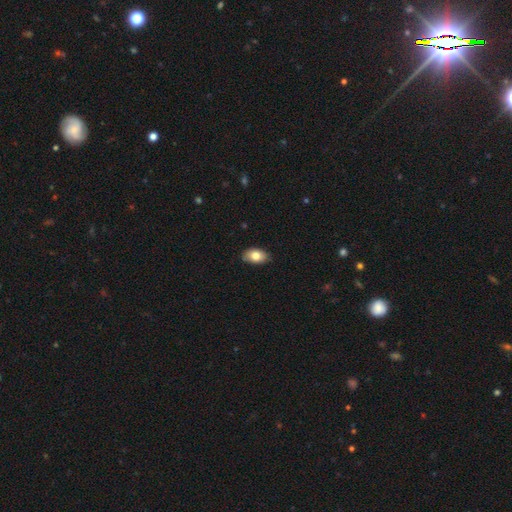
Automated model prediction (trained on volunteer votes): Q: Smooth or featured?
A: smooth (80%); runner-up: featured or disk (12%)
Q: How rounded?
A: in between (91%); runner-up: round (7%)
Q: Merging?
A: none (83%); runner-up: minor disturbance (14%)